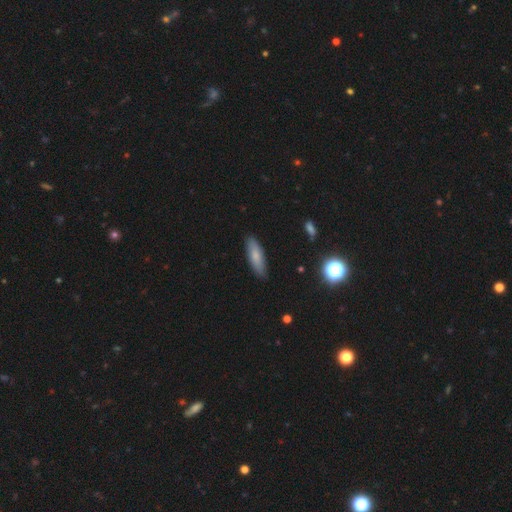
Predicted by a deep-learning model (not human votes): Overall: smooth (74%). How rounded: in between (53%; cigar-shaped 45%). Merging: none (84%).